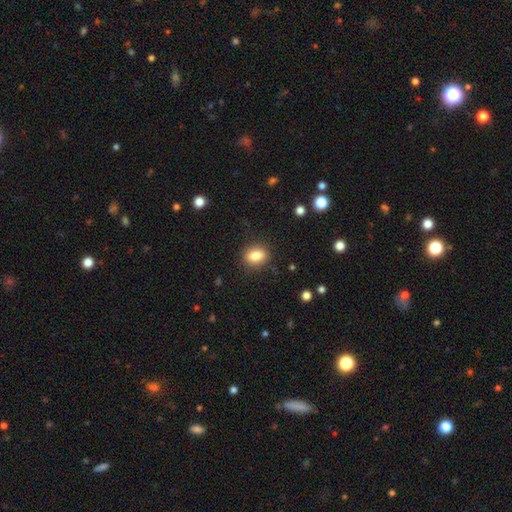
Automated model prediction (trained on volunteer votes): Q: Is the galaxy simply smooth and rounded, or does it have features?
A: smooth — 83%.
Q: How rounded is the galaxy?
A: in between — 65%.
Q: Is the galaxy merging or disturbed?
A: none — 87%.